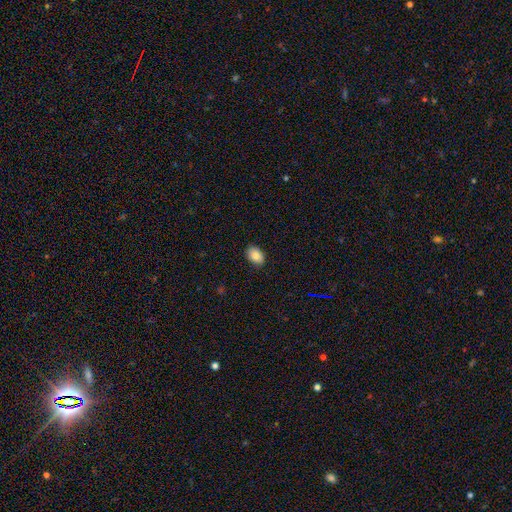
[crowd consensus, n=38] Smooth or featured? smooth (89%)
How rounded? in between (97%)
Merging? none (97%)